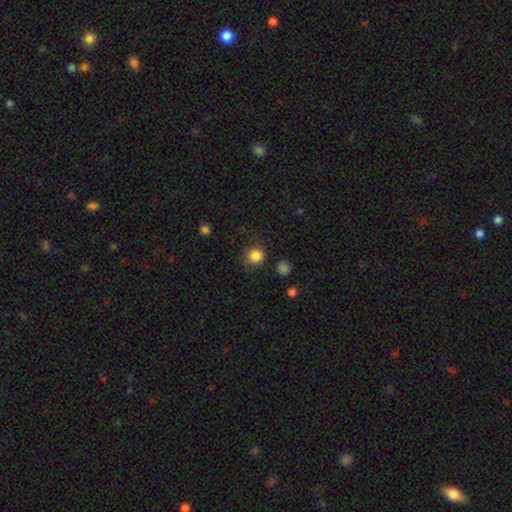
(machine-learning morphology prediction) Overall: smooth (85%). How rounded: round (93%). Merging: none (83%).